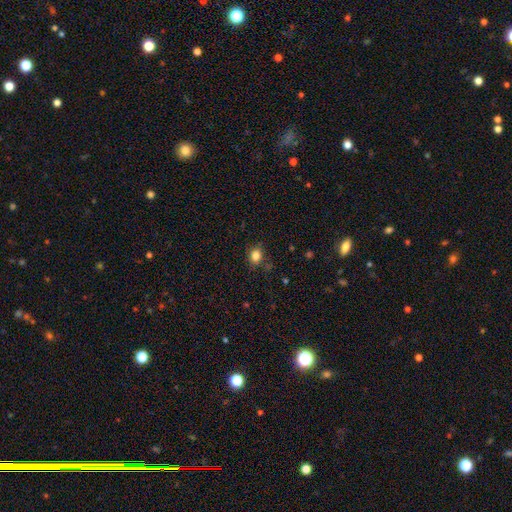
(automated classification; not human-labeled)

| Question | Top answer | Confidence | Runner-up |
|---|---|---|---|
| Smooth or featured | smooth | 83% | star or artifact (12%) |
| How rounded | round | 56% | in between (43%) |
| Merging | none | 79% | minor disturbance (15%) |